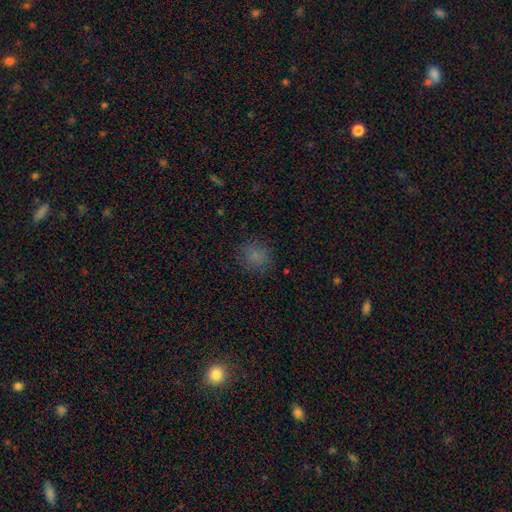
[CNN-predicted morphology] A smooth galaxy with no disk features (78%) that is round (82%).

Vote fractions:
- Smooth or featured? smooth: 78% / star or artifact: 16% / featured or disk: 7%
- How rounded? round: 82% / in between: 17% / cigar-shaped: 1%
- Merging? none: 82% / minor disturbance: 12% / major disturbance: 4% / merger: 1%